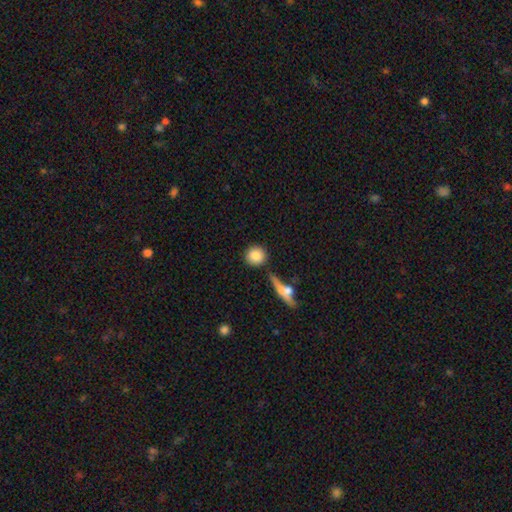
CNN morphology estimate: The model was most divided on "merging": none: 77%, minor disturbance: 10%, merger: 9%, major disturbance: 4%. More confident: how rounded — round (89%); smooth or featured — smooth (83%).